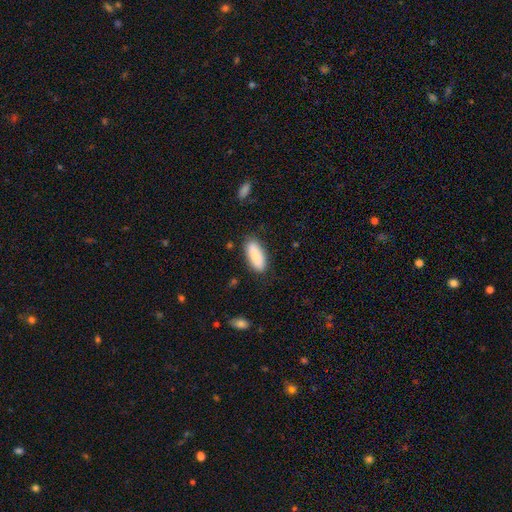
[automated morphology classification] This appears to be a smooth galaxy with no disk features (84%) that is in between round and cigar-shaped (73%). Merging: none (83%).